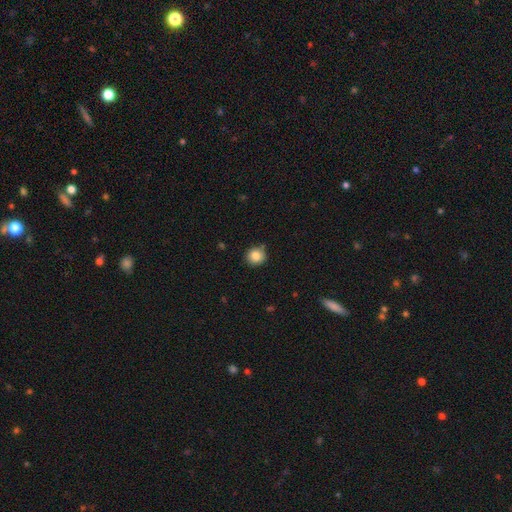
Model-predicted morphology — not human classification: A smooth galaxy with no disk features (84%) that is round (90%).

Vote fractions:
- Smooth or featured? smooth: 84% / star or artifact: 10% / featured or disk: 6%
- How rounded? round: 90% / in between: 9% / cigar-shaped: 1%
- Merging? none: 85% / minor disturbance: 10% / merger: 2% / major disturbance: 2%